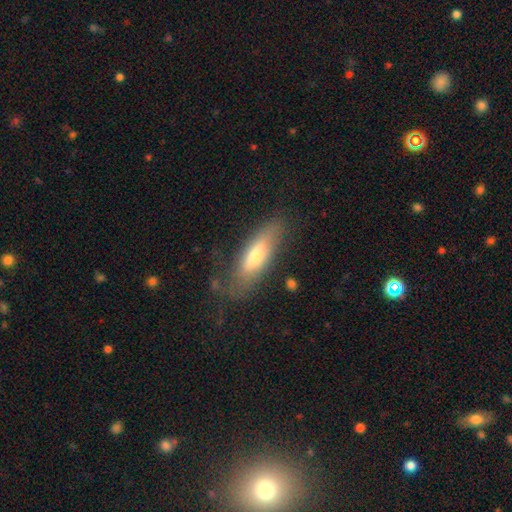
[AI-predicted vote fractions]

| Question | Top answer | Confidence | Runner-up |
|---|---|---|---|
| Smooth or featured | smooth | 61% | featured or disk (32%) |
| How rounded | cigar-shaped | 51% | in between (47%) |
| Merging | none | 67% | minor disturbance (22%) |